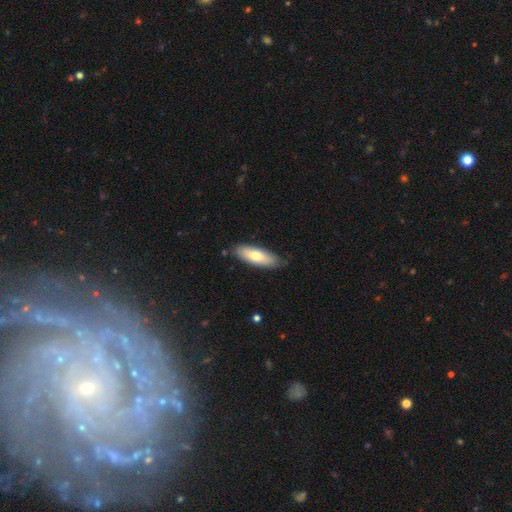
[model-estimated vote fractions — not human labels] Morphology: type=smooth (69%); roundness=in between (64%); merging=none (80%).